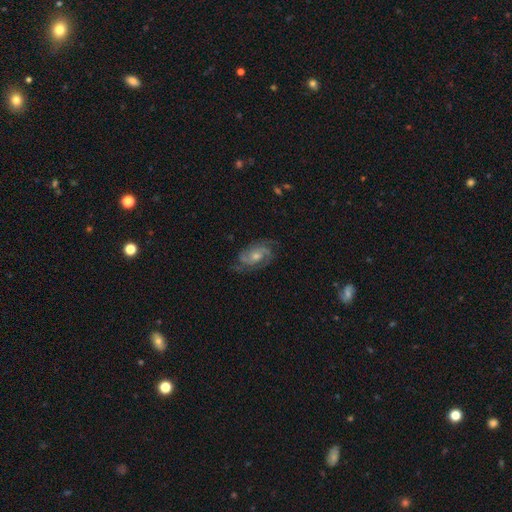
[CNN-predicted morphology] The model was most divided on "spiral winding" (2-way tie): medium: 44%, tight: 44%, loose: 12%. Remaining: edge-on disk — no (96%); spiral arms — yes (96%); smooth or featured — featured or disk (81%); merging — none (76%); bar — no (62%); bulge size — moderate (56%); spiral arm count — 2 (42%).